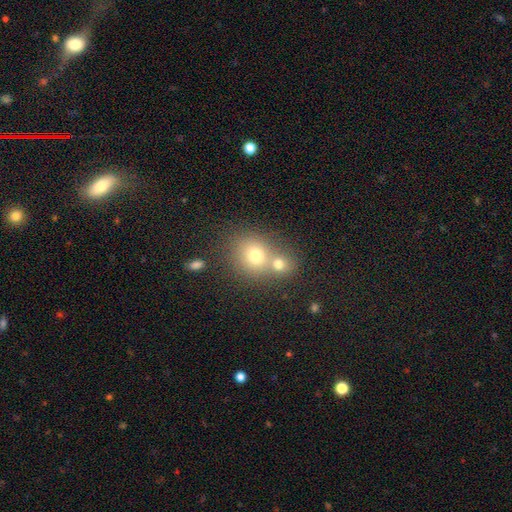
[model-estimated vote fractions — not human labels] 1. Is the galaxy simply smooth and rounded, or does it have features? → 73% smooth, 14% featured or disk, 13% star or artifact.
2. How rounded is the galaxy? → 75% round, 24% in between, 1% cigar-shaped.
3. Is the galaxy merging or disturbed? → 49% merger, 41% none, 7% minor disturbance, 3% major disturbance.